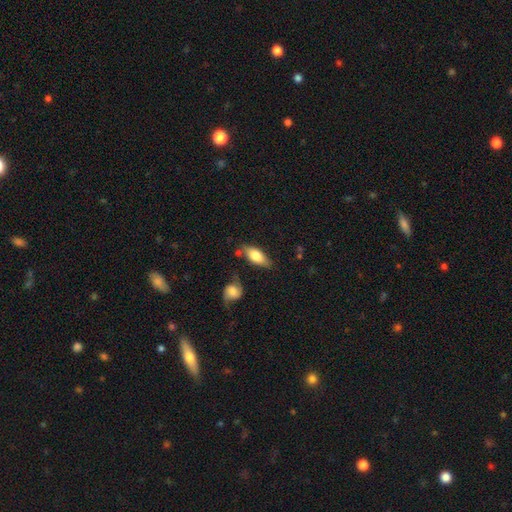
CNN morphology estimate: A smooth galaxy with no disk features (74%) that is in between round and cigar-shaped (83%).

Vote fractions:
- Smooth or featured? smooth: 74% / featured or disk: 20% / star or artifact: 6%
- How rounded? in between: 83% / cigar-shaped: 13% / round: 3%
- Merging? none: 65% / minor disturbance: 22% / merger: 7% / major disturbance: 6%